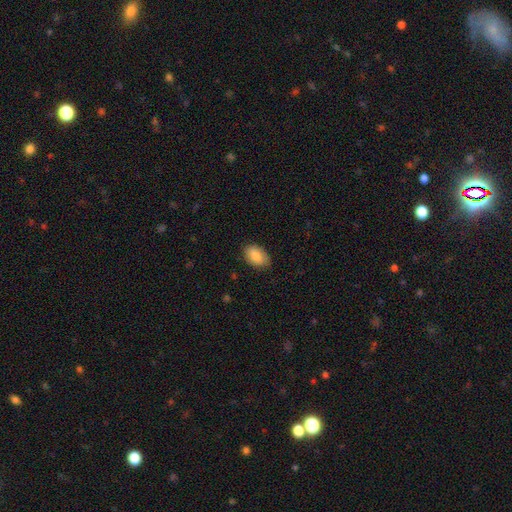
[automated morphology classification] Smooth or featured? smooth (85%)
How rounded? in between (90%)
Merging? none (83%)